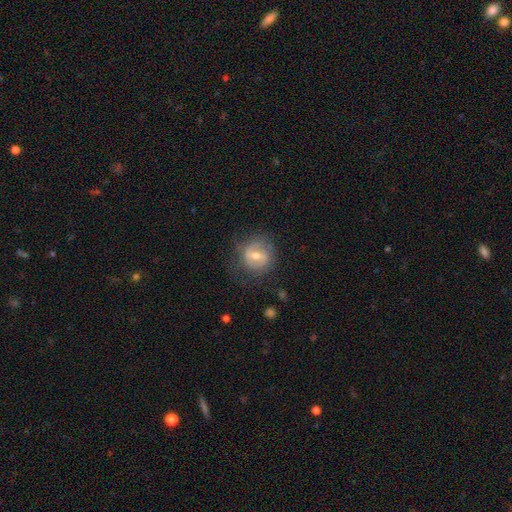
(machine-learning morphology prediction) Smooth or featured? Predicted: featured or disk (p=0.57). Edge-on disk? Predicted: no (p=0.96). Bar? Predicted: weak (p=0.52). Spiral arms? Predicted: yes (p=0.64). Bulge size? Predicted: moderate (p=0.64). Merging? Predicted: none (p=0.69).